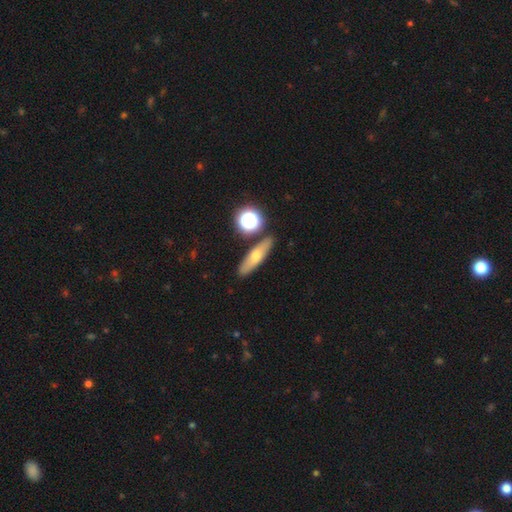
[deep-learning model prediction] Smooth or featured? smooth (52%)
How rounded? cigar-shaped (56%)
Merging? none (82%)